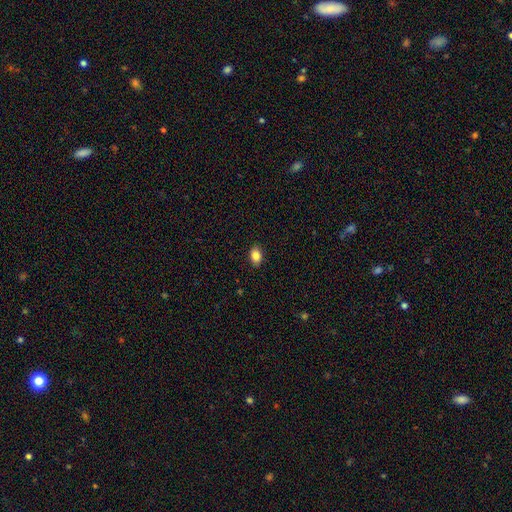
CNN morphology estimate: smooth_or_featured: smooth (p=0.85) [alt: star or artifact p=0.09]
how_rounded: in between (p=0.82) [alt: round p=0.17]
merging: none (p=0.90) [alt: minor disturbance p=0.08]